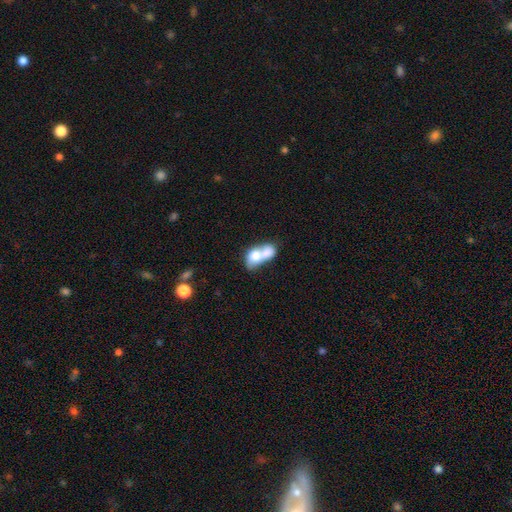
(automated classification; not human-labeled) smooth-or-featured: smooth: 67% | featured or disk: 25% | star or artifact: 7%
  how-rounded: in between: 69% | round: 28% | cigar-shaped: 3%
  merging: merger: 78% | none: 11% | minor disturbance: 6% | major disturbance: 6%